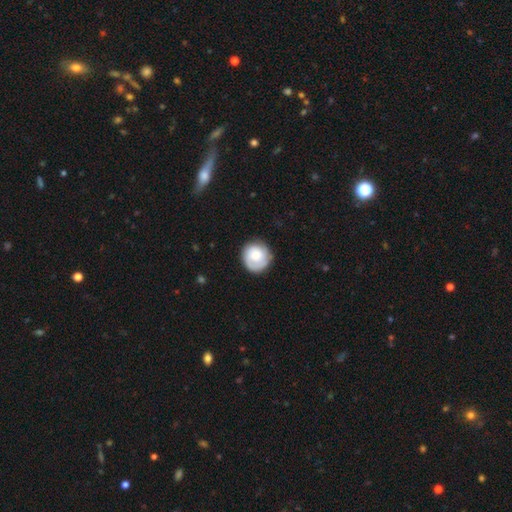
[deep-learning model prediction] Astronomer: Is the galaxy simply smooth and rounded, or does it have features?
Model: smooth — 60%.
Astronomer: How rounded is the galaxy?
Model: round — 90%.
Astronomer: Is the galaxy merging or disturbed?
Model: none — 79%.